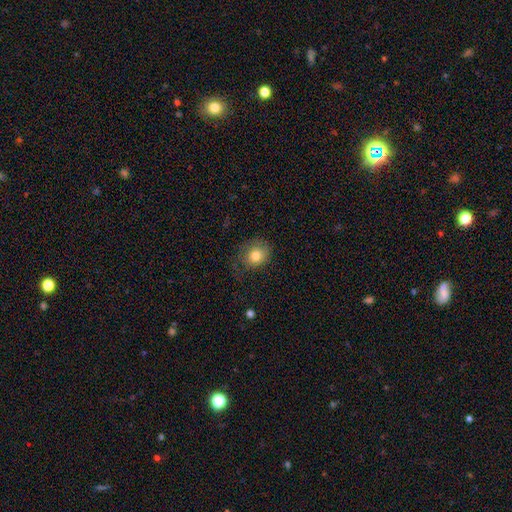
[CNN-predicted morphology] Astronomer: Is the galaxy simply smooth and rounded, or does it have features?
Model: smooth — 79%.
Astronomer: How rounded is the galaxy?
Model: round — 67%.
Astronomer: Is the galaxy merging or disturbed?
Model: none — 61%.